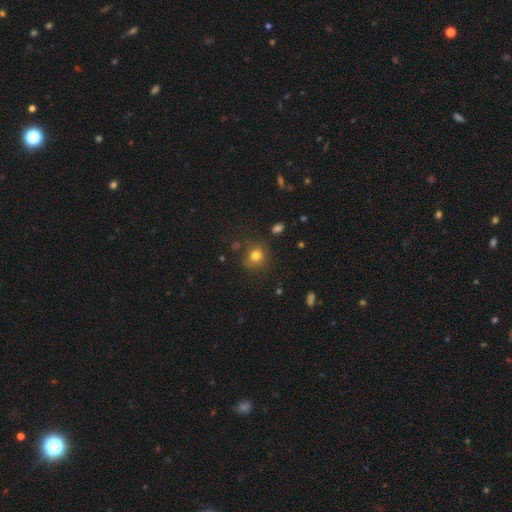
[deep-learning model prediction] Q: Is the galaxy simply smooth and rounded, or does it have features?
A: smooth — 77%.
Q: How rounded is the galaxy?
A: round — 80%.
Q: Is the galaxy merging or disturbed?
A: none — 78%.